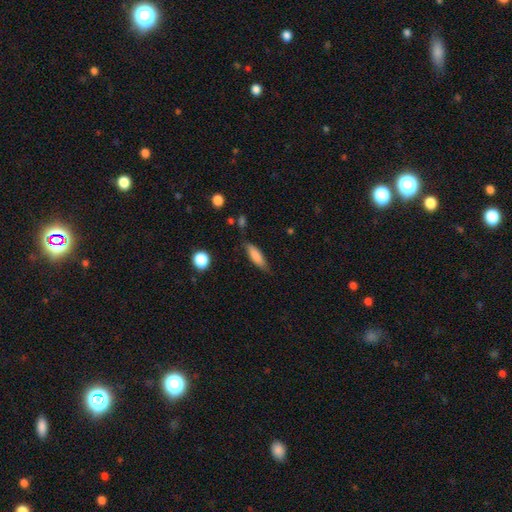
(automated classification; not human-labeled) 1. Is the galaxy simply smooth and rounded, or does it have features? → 77% smooth, 16% featured or disk, 7% star or artifact.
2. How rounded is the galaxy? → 52% cigar-shaped, 46% in between, 2% round.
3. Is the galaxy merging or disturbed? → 75% none, 19% minor disturbance, 4% major disturbance, 2% merger.